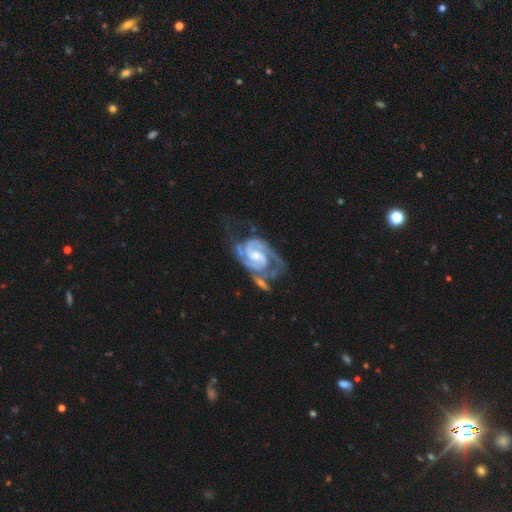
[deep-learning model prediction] This is clearly a featured or disk galaxy (91%). It is clearly not viewed edge-on (98%). Bar: possibly weak (45%). Spiral arm pattern: clearly yes (97%). Spiral arm count: likely 2 (72%). Spiral winding: possibly tight (49%). Central bulge: possibly small (49%). Merging: marginally none (37%).